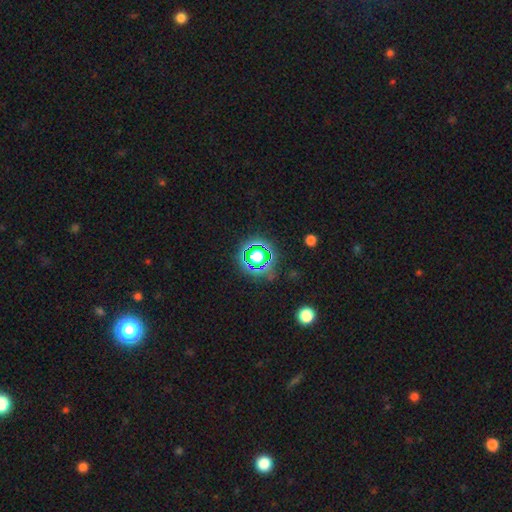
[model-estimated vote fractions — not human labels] Overall: star or artifact (56%; smooth 31%).